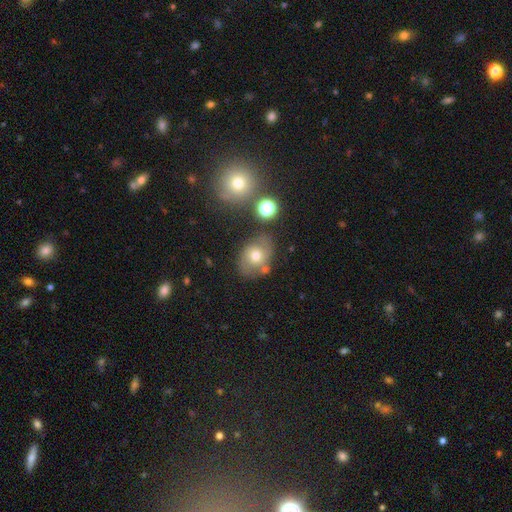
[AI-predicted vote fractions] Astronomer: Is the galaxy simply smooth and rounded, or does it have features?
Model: smooth — 56%.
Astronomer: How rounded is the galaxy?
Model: in between — 58% (runner-up: round, 41%).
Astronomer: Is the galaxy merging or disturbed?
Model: none — 65%.